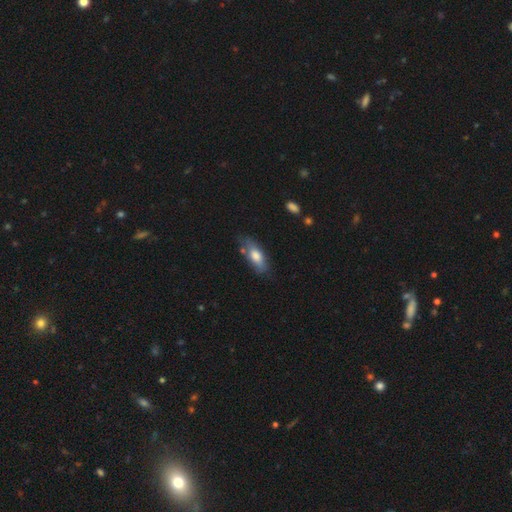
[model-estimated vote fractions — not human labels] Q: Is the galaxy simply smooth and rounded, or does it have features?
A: smooth — 70%.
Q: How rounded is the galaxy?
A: in between — 73%.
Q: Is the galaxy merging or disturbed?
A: none — 62%.